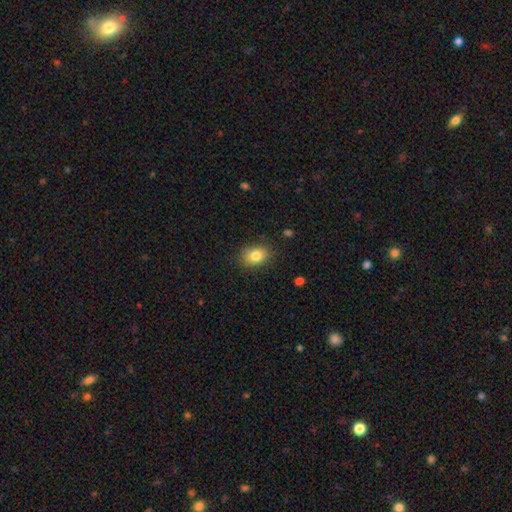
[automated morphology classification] Smooth or featured? smooth (83%)
How rounded? in between (69%)
Merging? none (83%)